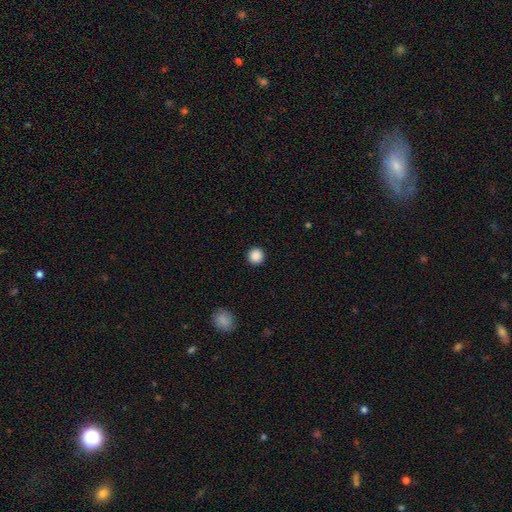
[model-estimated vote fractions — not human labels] Q: Smooth or featured?
A: smooth (88%); runner-up: star or artifact (10%)
Q: How rounded?
A: round (95%); runner-up: in between (4%)
Q: Merging?
A: none (93%); runner-up: minor disturbance (4%)